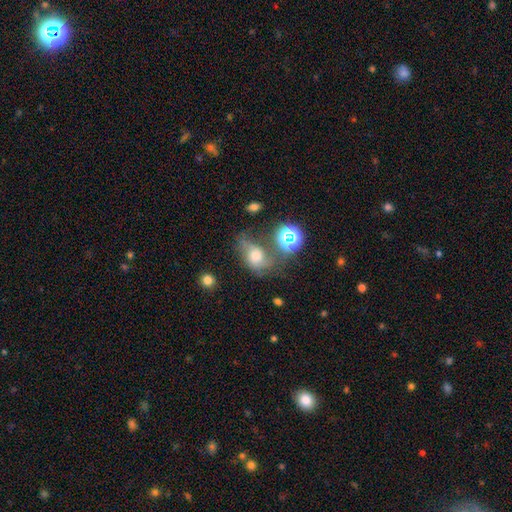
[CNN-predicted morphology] Smooth or featured: smooth — 46% (featured or disk — 35%)
Merging: major disturbance — 32% (none — 29%)